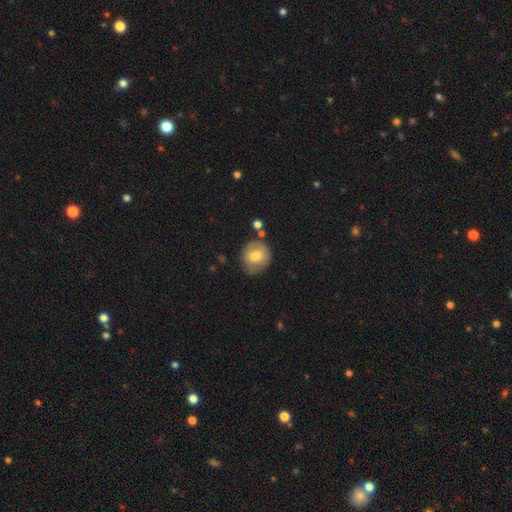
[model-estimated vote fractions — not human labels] Smooth or featured?
  - smooth: 73% *
  - featured or disk: 19%
  - star or artifact: 8%
How rounded?
  - round: 85% *
  - in between: 14%
  - cigar-shaped: 1%
Merging?
  - none: 72% *
  - minor disturbance: 18%
  - merger: 6%
  - major disturbance: 4%